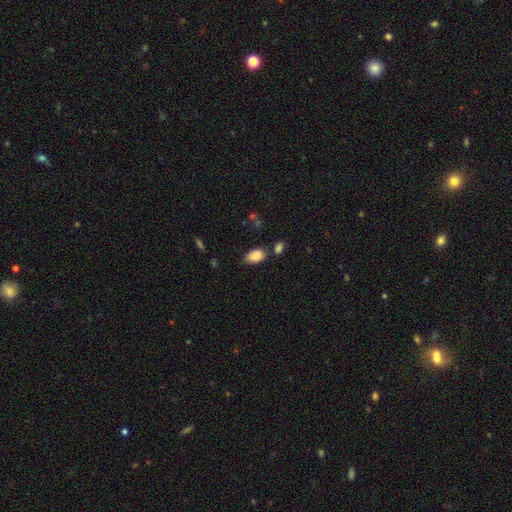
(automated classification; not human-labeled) Smooth or featured? smooth (87%)
How rounded? in between (91%)
Merging? none (63%)